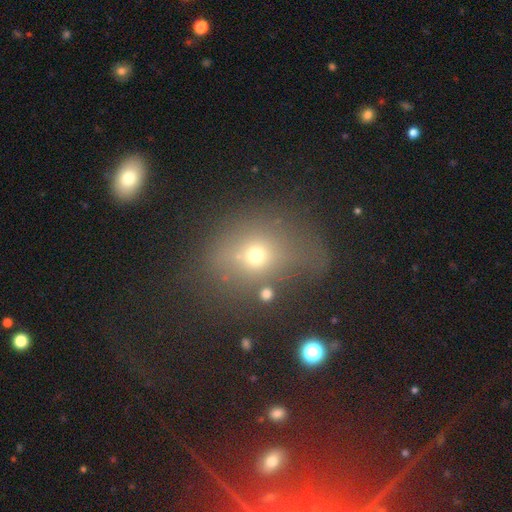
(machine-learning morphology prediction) Smooth or featured? smooth (60%)
How rounded? round (62%)
Merging? none (57%)